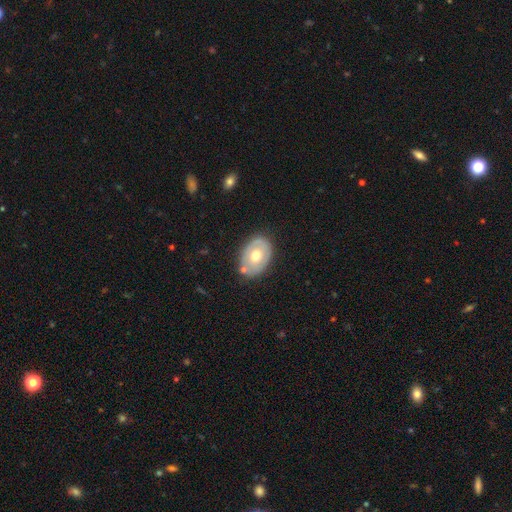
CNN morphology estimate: Smooth or featured: smooth — 53% (featured or disk — 40%)
How rounded: in between — 77% (round — 22%)
Merging: none — 72% (minor disturbance — 17%)